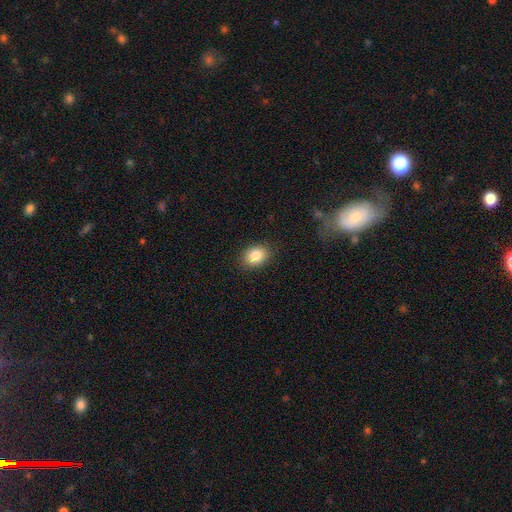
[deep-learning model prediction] smooth 86%, star or artifact 8%, featured or disk 6%. Down the decision tree: how rounded — in between (71%); merging — none (87%).